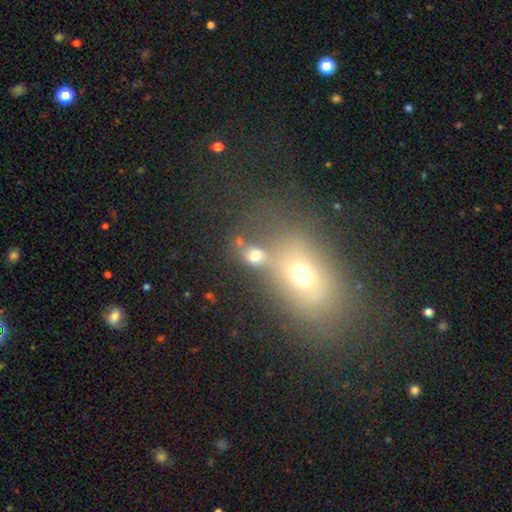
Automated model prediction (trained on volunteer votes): smooth 65%, star or artifact 20%, featured or disk 15%. Down the decision tree: how rounded — in between (49%); merging — merger (51%).